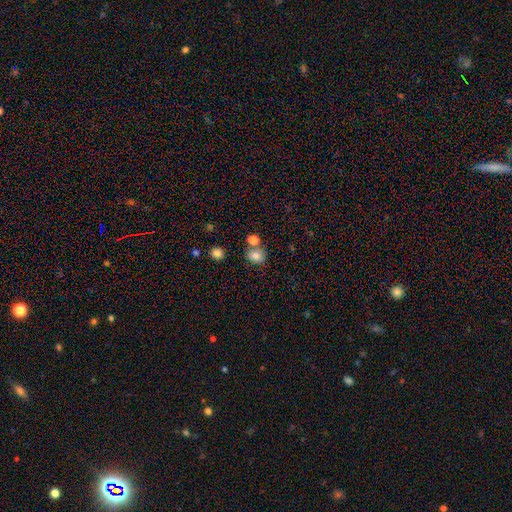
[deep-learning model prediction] Smooth or featured? smooth (80%)
How rounded? round (57%)
Merging? none (61%)